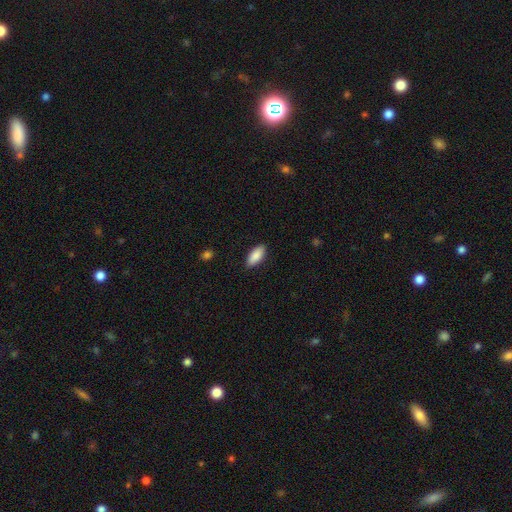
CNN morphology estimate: Smooth or featured?
  - smooth: 89% *
  - star or artifact: 6%
  - featured or disk: 6%
How rounded?
  - in between: 86% *
  - cigar-shaped: 12%
  - round: 2%
Merging?
  - none: 87% *
  - minor disturbance: 10%
  - major disturbance: 2%
  - merger: 1%